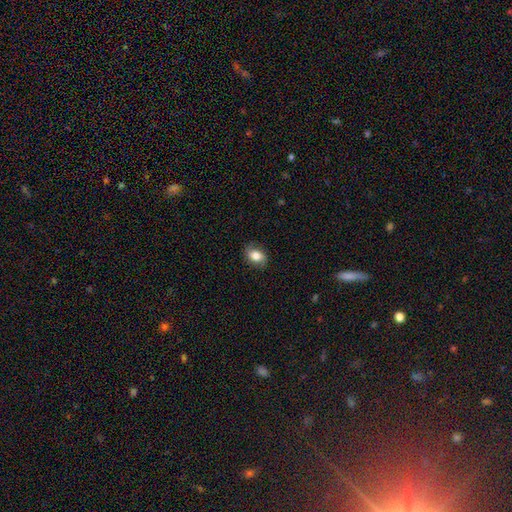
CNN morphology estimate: Overall: smooth (72%). How rounded: in between (77%). Merging: none (78%).